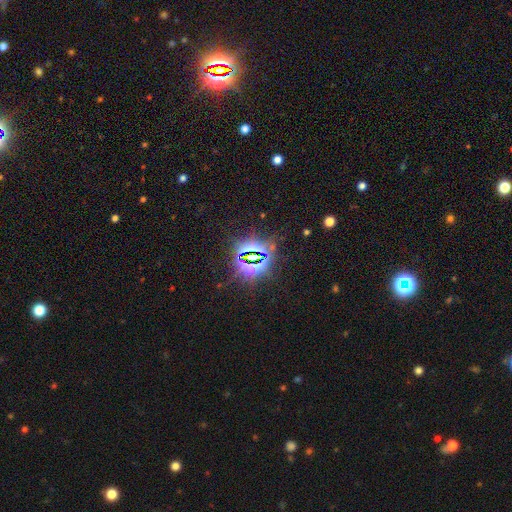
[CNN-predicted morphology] star or artifact 83%, smooth 9%, featured or disk 7%.